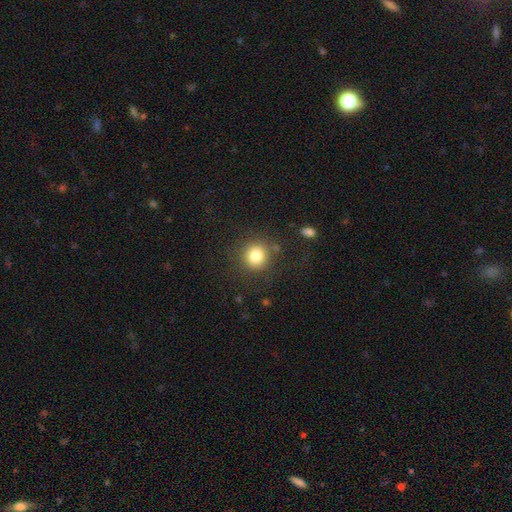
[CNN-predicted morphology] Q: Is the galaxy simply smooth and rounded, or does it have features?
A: smooth — 83%.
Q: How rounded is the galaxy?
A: round — 91%.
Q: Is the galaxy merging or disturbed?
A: none — 84%.